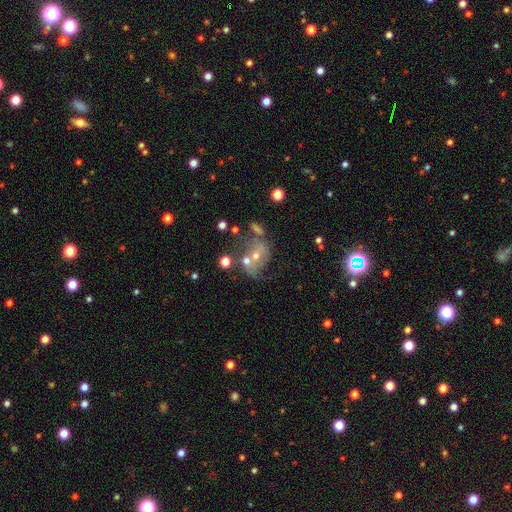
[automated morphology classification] smooth-or-featured: featured or disk: 52% | smooth: 25% | star or artifact: 22%
  disk-edge-on: no: 95% | yes: 5%
  merging: none: 34% | merger: 30% | major disturbance: 19% | minor disturbance: 16%